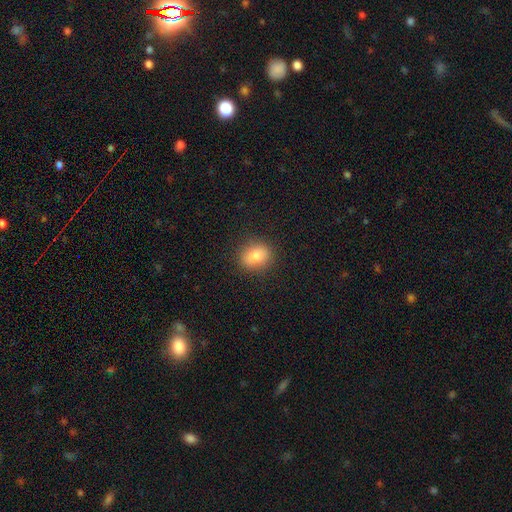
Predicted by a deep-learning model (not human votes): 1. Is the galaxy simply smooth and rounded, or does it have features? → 80% smooth, 10% star or artifact, 10% featured or disk.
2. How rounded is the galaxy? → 59% round, 39% in between, 2% cigar-shaped.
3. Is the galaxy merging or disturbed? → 88% none, 9% minor disturbance, 2% major disturbance, 1% merger.